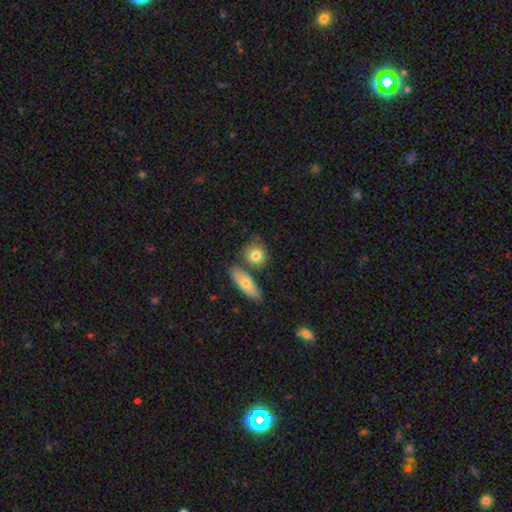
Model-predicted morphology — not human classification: This is likely a smooth galaxy (78%). How rounded: likely round (60%). Merging: likely none (63%).